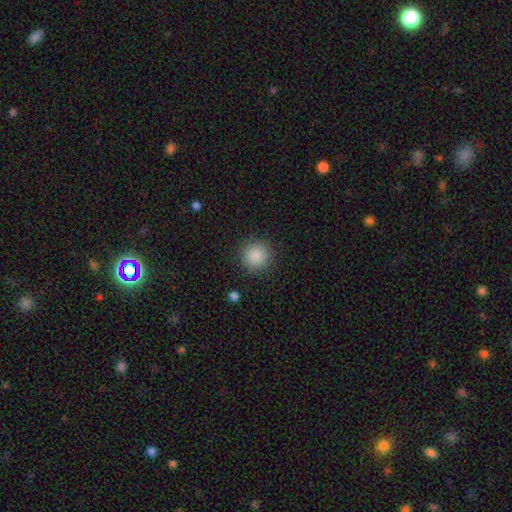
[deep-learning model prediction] smooth-or-featured: smooth: 88% | star or artifact: 9% | featured or disk: 3%
  how-rounded: round: 94% | in between: 5% | cigar-shaped: 1%
  merging: none: 90% | minor disturbance: 6% | major disturbance: 3% | merger: 1%